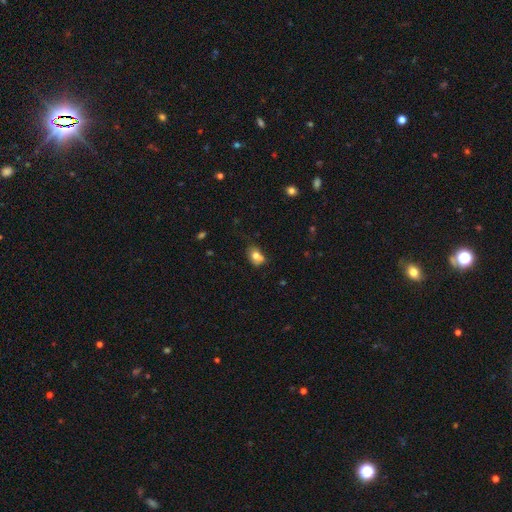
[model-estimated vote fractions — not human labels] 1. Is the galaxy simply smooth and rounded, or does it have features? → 77% smooth, 13% featured or disk, 10% star or artifact.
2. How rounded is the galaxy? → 73% in between, 26% round, 1% cigar-shaped.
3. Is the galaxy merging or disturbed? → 50% none, 34% minor disturbance, 10% major disturbance, 6% merger.